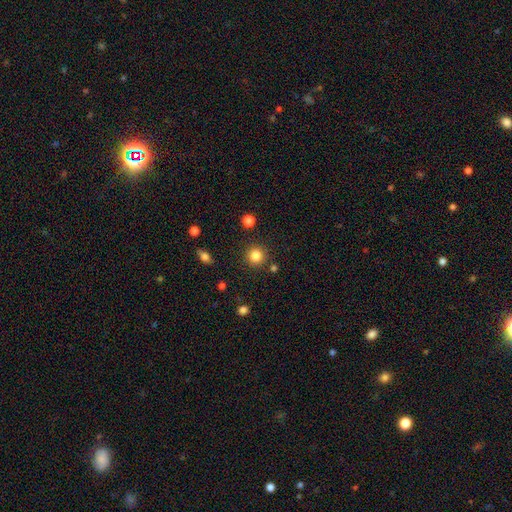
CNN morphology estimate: A smooth galaxy with no disk features (84%) that is round (94%).

Vote fractions:
- Smooth or featured? smooth: 84% / star or artifact: 11% / featured or disk: 5%
- How rounded? round: 94% / in between: 5% / cigar-shaped: 1%
- Merging? none: 88% / minor disturbance: 6% / merger: 3% / major disturbance: 2%